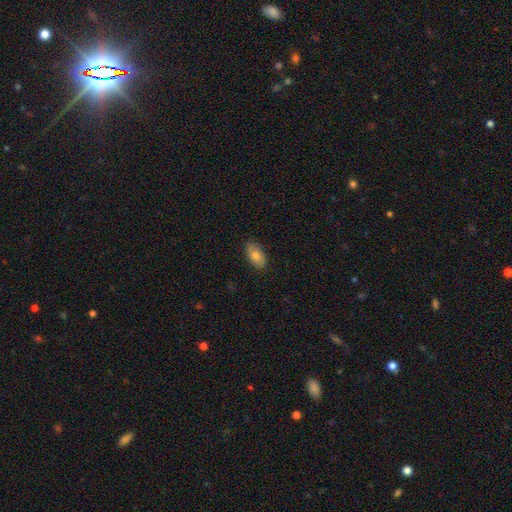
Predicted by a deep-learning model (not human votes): smooth_or_featured: smooth (p=0.75) [alt: featured or disk p=0.17]
how_rounded: in between (p=0.93) [alt: round p=0.05]
merging: none (p=0.84) [alt: minor disturbance p=0.13]